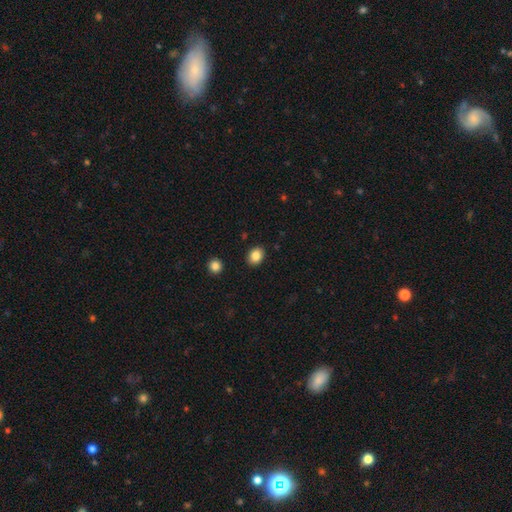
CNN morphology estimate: type=smooth (85%); roundness=in between (53%); merging=none (89%).